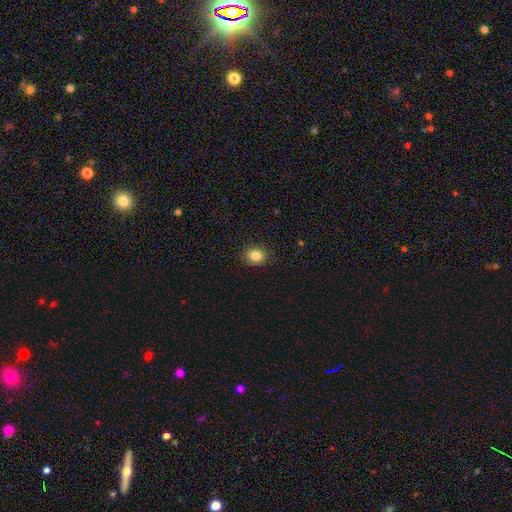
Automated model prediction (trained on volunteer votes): Q: Smooth or featured?
A: smooth (84%); runner-up: star or artifact (11%)
Q: How rounded?
A: round (62%); runner-up: in between (37%)
Q: Merging?
A: none (89%); runner-up: minor disturbance (8%)